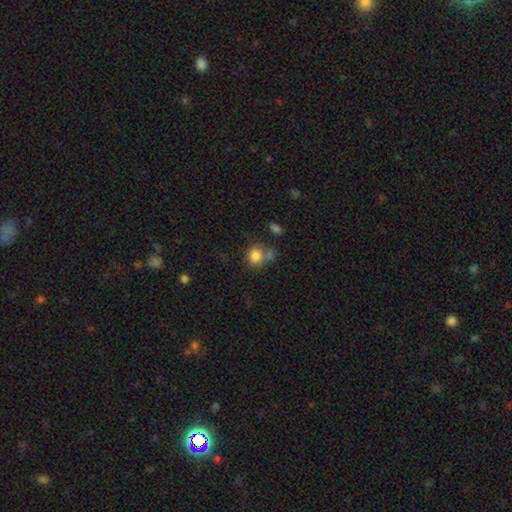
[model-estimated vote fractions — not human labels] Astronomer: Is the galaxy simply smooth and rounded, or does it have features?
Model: smooth — 82%.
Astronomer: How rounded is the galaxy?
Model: round — 76%.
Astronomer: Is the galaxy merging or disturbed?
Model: none — 54%.